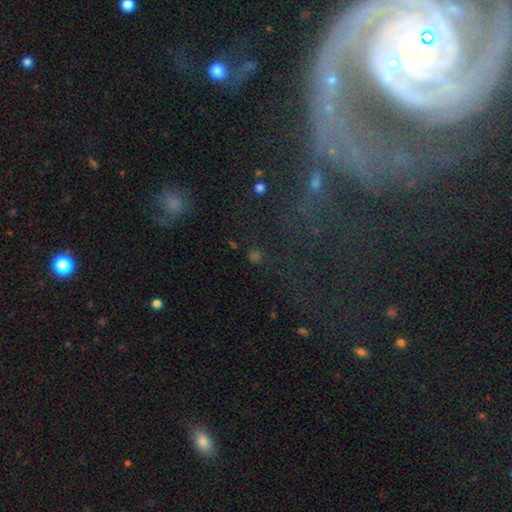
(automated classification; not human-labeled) Smooth or featured? Predicted: star or artifact (p=0.53).